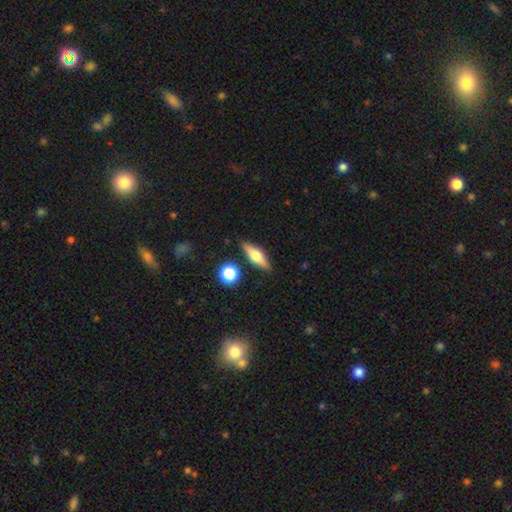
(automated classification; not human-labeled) Morphology: type=smooth (47%); merging=none (85%).